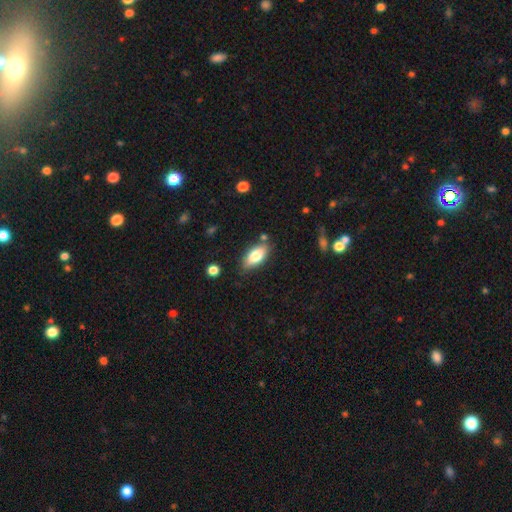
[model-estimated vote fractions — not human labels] Smooth or featured? Predicted: smooth (p=0.75). How rounded? Predicted: in between (p=0.84). Merging? Predicted: none (p=0.80).